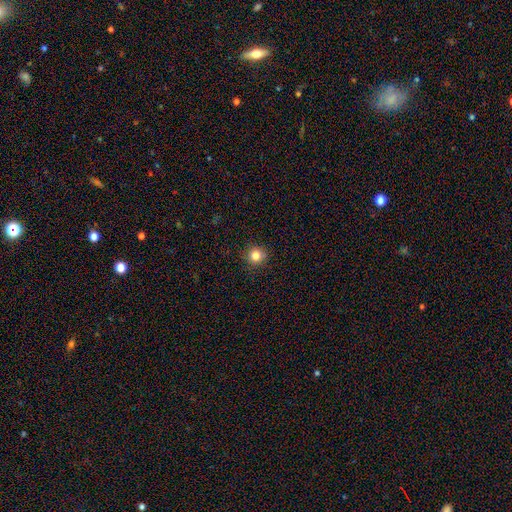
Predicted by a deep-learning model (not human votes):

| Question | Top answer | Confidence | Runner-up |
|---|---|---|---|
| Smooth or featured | smooth | 83% | star or artifact (12%) |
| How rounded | round | 94% | in between (5%) |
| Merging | none | 91% | minor disturbance (6%) |